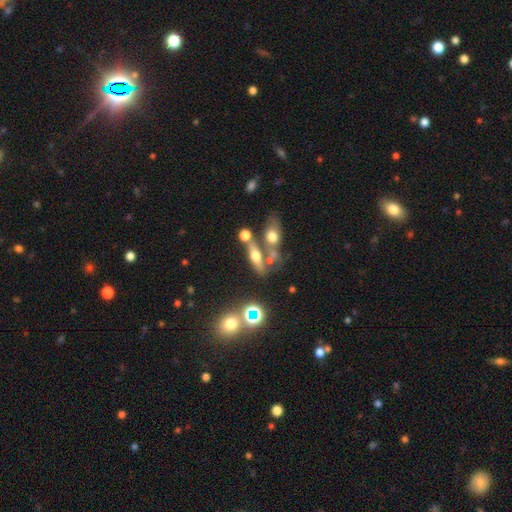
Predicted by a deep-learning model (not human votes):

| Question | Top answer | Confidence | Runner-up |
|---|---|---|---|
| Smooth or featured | smooth | 43% | featured or disk (41%) |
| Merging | none | 48% | merger (33%) |